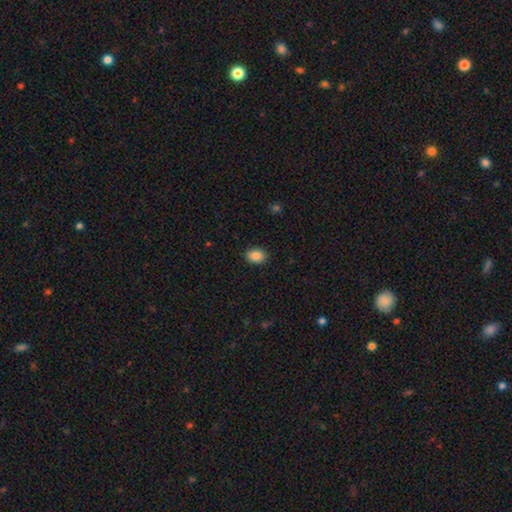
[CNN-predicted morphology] Smooth or featured: smooth — 87% (star or artifact — 9%)
How rounded: in between — 71% (round — 28%)
Merging: none — 89% (minor disturbance — 8%)